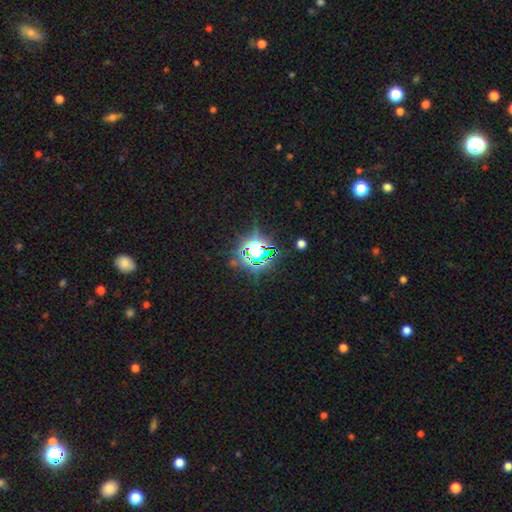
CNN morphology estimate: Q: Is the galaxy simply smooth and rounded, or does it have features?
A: star or artifact — 72%.